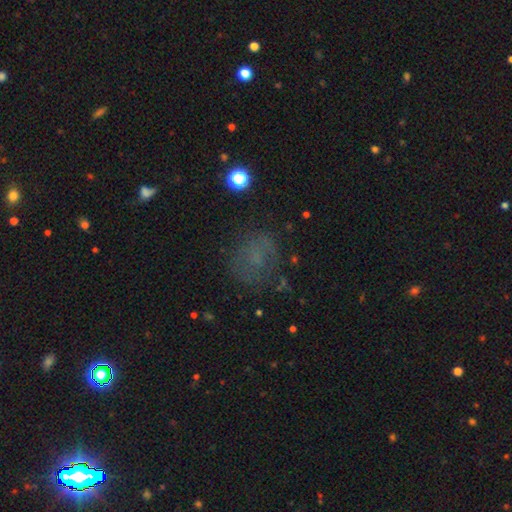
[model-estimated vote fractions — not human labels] Smooth or featured?
  - smooth: 49% *
  - star or artifact: 31%
  - featured or disk: 21%
Merging?
  - none: 68% *
  - minor disturbance: 17%
  - major disturbance: 13%
  - merger: 2%